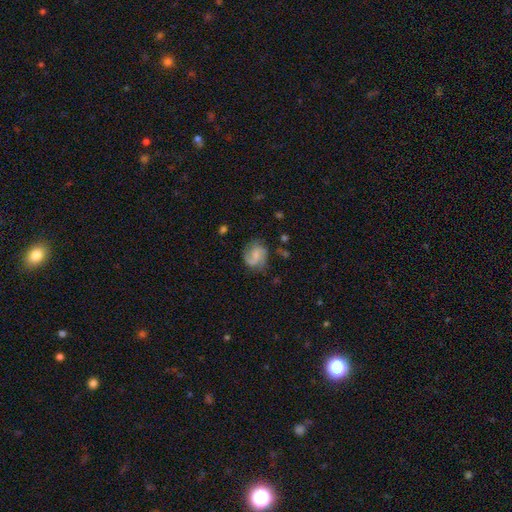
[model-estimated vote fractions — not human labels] Smooth or featured: featured or disk — 60% (smooth — 32%)
Edge-on disk: no — 98% (yes — 2%)
Bar: weak — 45% (no — 44%)
Spiral arms: yes — 89% (no — 11%)
Spiral winding: medium — 44% (loose — 37%)
Spiral arm count: 2 — 73% (1 — 11%)
Bulge size: small — 47% (moderate — 26%)
Merging: none — 62% (minor disturbance — 23%)